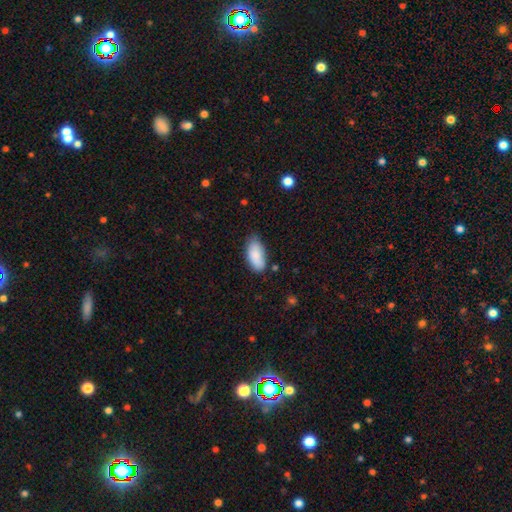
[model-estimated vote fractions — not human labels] Morphology: type=smooth (87%); roundness=in between (91%); merging=none (71%).